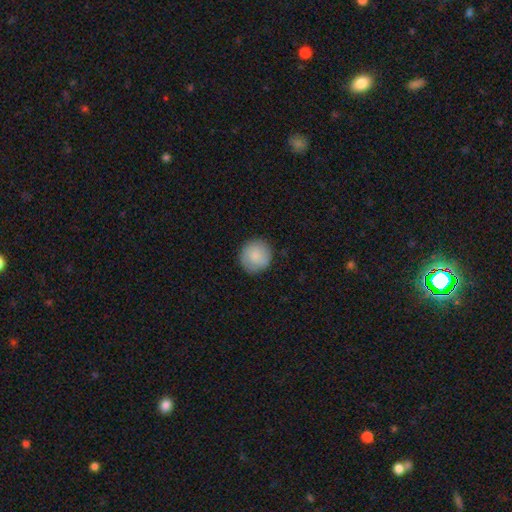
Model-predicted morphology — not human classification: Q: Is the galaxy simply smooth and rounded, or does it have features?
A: smooth — 82%.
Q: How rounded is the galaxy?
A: round — 94%.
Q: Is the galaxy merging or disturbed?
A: none — 87%.